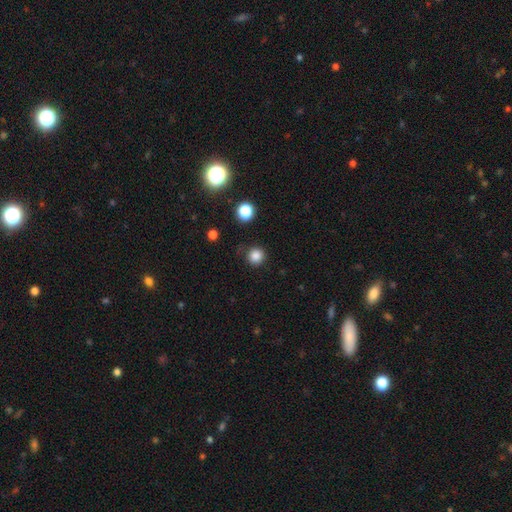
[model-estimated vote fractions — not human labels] smooth_or_featured: smooth (p=0.84) [alt: star or artifact p=0.13]
how_rounded: round (p=0.94) [alt: in between p=0.05]
merging: none (p=0.84) [alt: minor disturbance p=0.10]